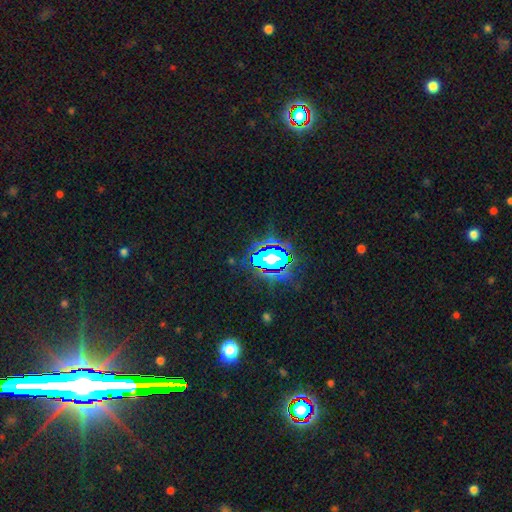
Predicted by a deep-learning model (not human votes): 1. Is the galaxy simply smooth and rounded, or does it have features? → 81% star or artifact, 11% smooth, 8% featured or disk.